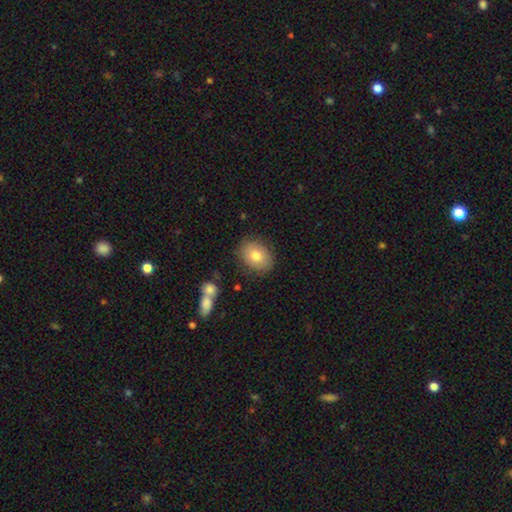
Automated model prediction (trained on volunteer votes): This appears to be a smooth galaxy with no disk features (78%) that is in between round and cigar-shaped (59%). Merging: none (83%).